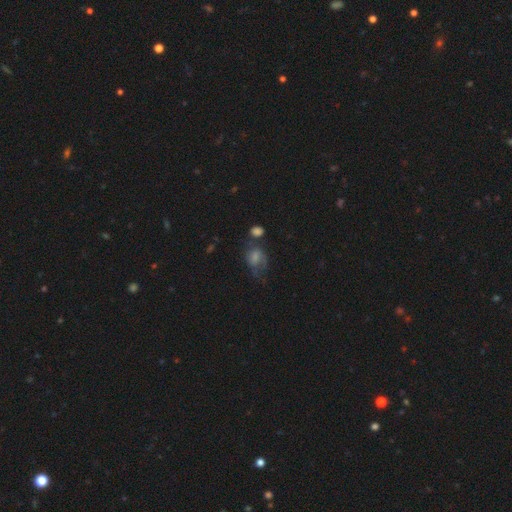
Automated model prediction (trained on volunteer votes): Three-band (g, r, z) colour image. It shows a smooth galaxy with no disk features (47%). Merging: none (38%).